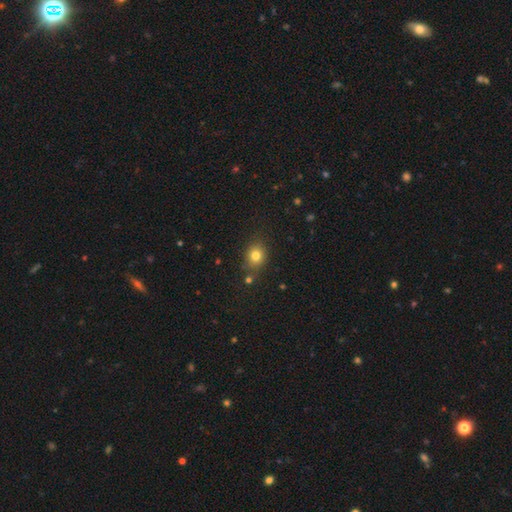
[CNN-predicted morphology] This appears to be a smooth galaxy with no disk features (79%) that is round (64%). Merging: none (77%).